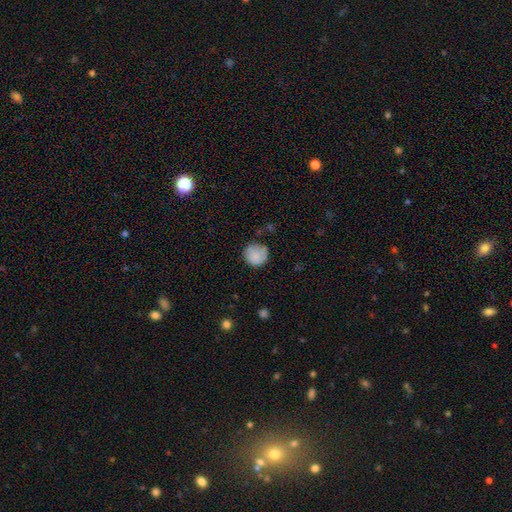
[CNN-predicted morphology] Smooth or featured? smooth (83%)
How rounded? round (92%)
Merging? none (72%)